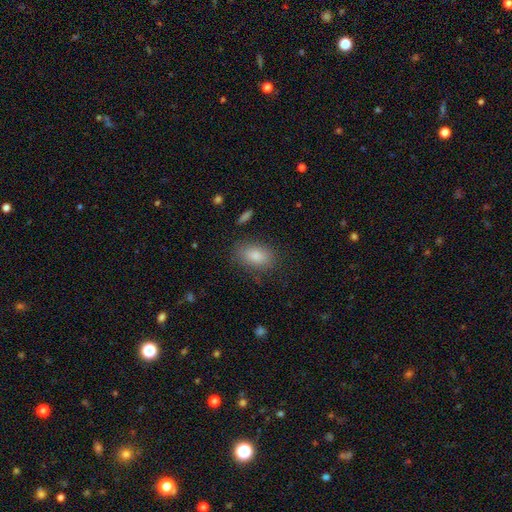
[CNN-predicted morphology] smooth_or_featured: smooth (p=0.84) [alt: featured or disk p=0.08]
how_rounded: in between (p=0.87) [alt: round p=0.11]
merging: none (p=0.80) [alt: minor disturbance p=0.14]